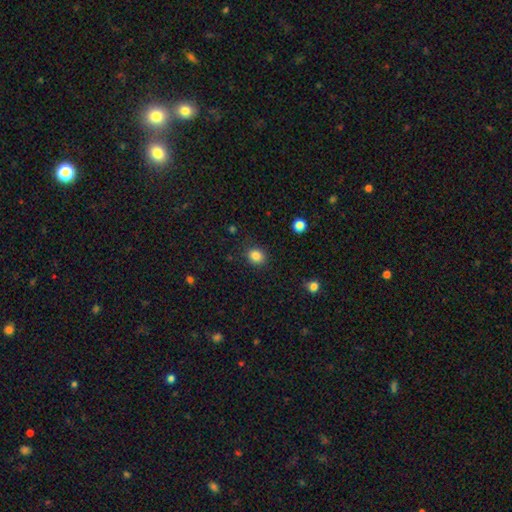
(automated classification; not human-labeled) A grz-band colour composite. It shows a smooth galaxy with no disk features (85%) that is round (69%). Merging: none (85%).